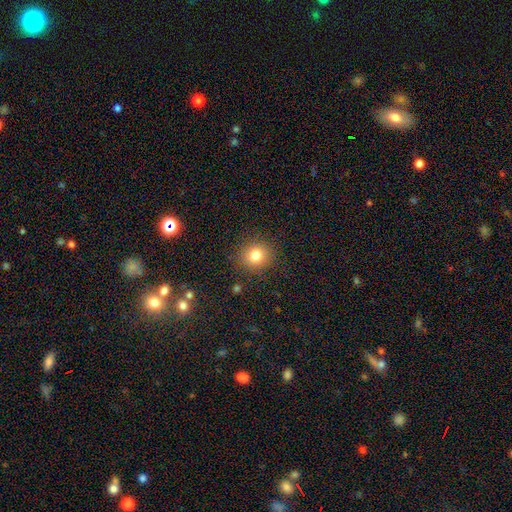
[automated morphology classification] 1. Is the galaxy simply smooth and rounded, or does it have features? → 80% smooth, 12% star or artifact, 8% featured or disk.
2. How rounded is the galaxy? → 87% round, 12% in between, 1% cigar-shaped.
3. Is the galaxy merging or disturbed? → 89% none, 7% minor disturbance, 3% major disturbance, 1% merger.